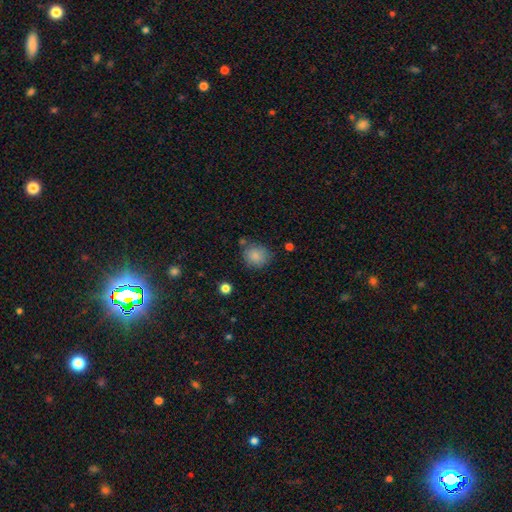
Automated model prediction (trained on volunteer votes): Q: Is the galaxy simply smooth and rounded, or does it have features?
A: smooth — 85%.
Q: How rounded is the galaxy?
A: round — 73%.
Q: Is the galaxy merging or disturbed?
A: none — 71%.